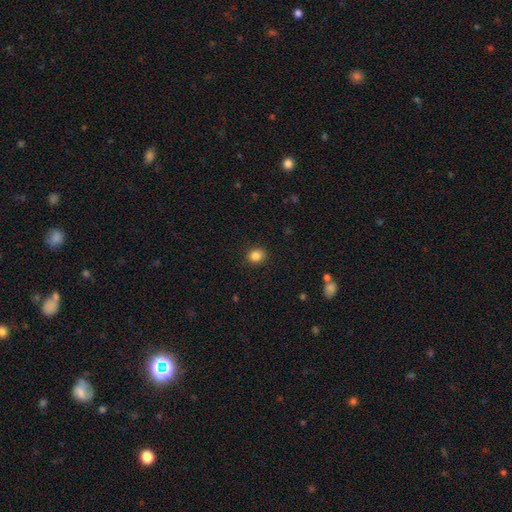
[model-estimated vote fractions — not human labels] Overall: smooth (85%). How rounded: round (72%). Merging: none (90%).